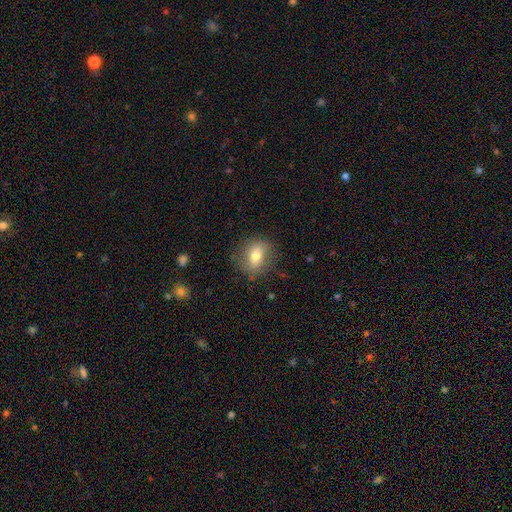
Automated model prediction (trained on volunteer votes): Overall: smooth (68%). How rounded: in between (53%; round 44%). Merging: none (78%).